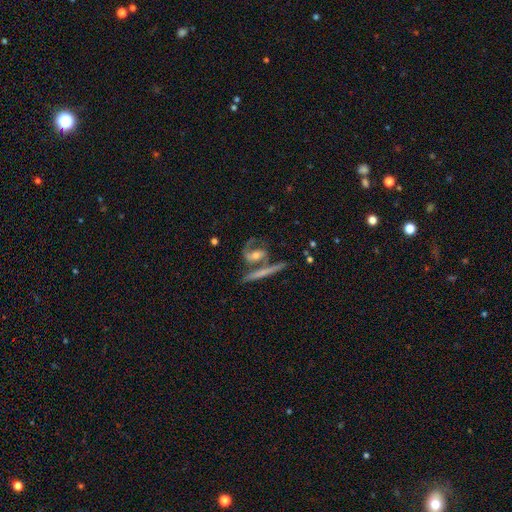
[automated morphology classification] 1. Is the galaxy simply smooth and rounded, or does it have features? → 74% featured or disk, 19% smooth, 7% star or artifact.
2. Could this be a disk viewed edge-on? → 72% no, 28% yes.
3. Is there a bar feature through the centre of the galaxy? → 52% no, 30% weak, 18% strong.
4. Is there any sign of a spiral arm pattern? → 81% yes, 19% no.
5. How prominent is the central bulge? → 59% moderate, 28% small, 7% large, 4% none, 2% dominant.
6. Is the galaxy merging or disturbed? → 52% none, 24% merger, 15% minor disturbance, 9% major disturbance.